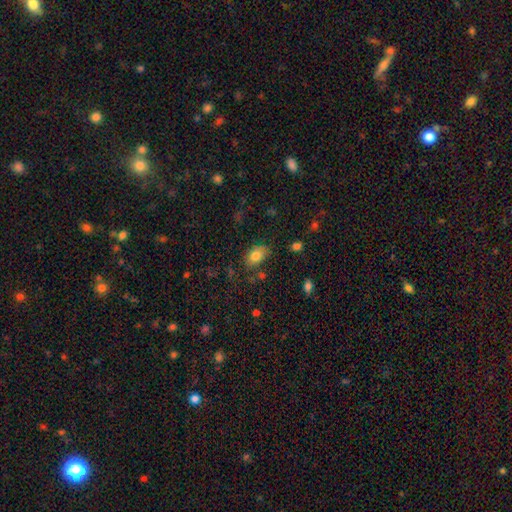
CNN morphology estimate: Q: Smooth or featured?
A: smooth (81%); runner-up: featured or disk (10%)
Q: How rounded?
A: in between (87%); runner-up: round (11%)
Q: Merging?
A: none (71%); runner-up: minor disturbance (20%)